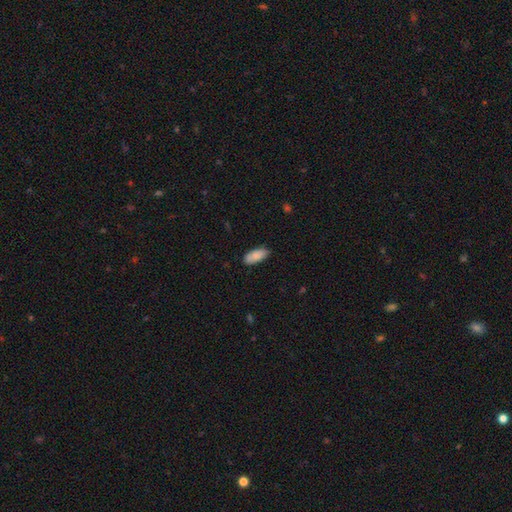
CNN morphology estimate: This appears to be a smooth galaxy with no disk features (86%) that is in between round and cigar-shaped (88%). Merging: none (81%).